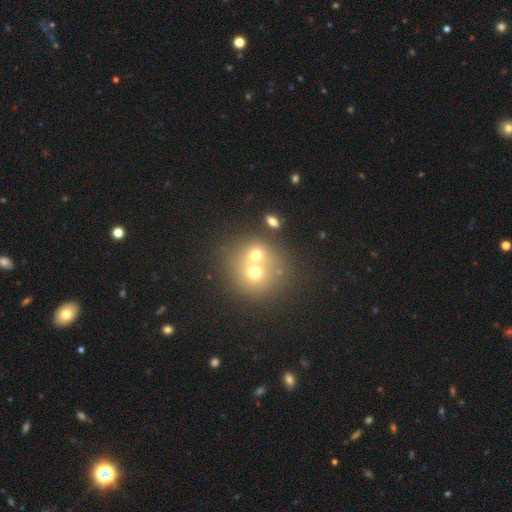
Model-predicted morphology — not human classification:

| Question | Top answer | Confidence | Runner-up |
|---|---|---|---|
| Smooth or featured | smooth | 62% | featured or disk (23%) |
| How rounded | round | 79% | in between (20%) |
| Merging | merger | 60% | none (31%) |